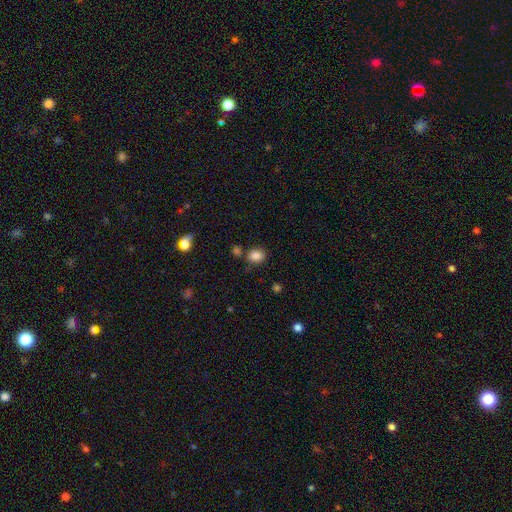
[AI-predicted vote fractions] smooth 85%, star or artifact 10%, featured or disk 5%. Down the decision tree: how rounded — in between (50%); merging — none (73%).